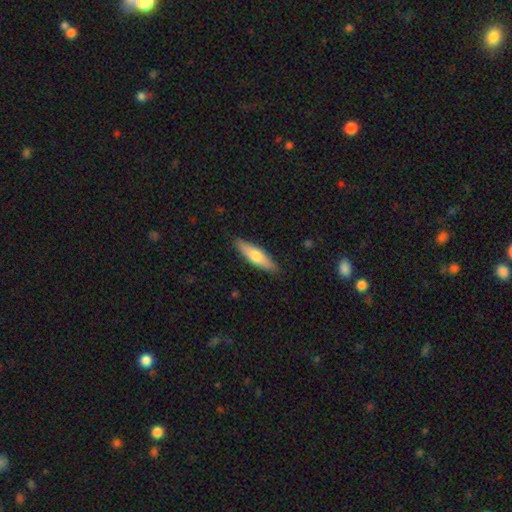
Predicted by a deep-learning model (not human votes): A smooth galaxy with no disk features (67%) that is cigar-shaped (60%).

Vote fractions:
- Smooth or featured? smooth: 67% / featured or disk: 28% / star or artifact: 5%
- How rounded? cigar-shaped: 60% / in between: 38% / round: 2%
- Merging? none: 87% / minor disturbance: 10% / major disturbance: 2% / merger: 1%